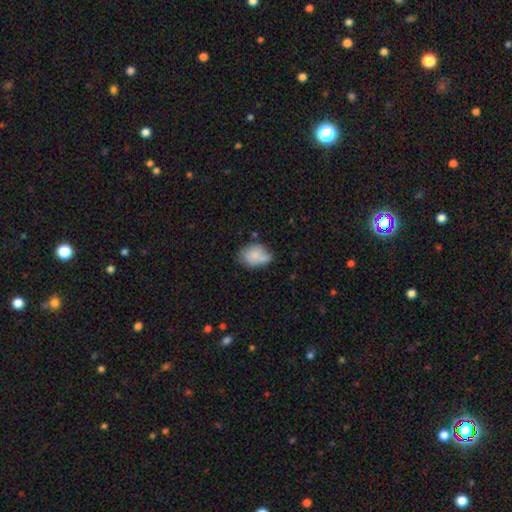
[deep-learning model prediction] smooth_or_featured: smooth (p=0.74) [alt: featured or disk p=0.17]
how_rounded: in between (p=0.74) [alt: round p=0.25]
merging: none (p=0.42) [alt: minor disturbance p=0.32]